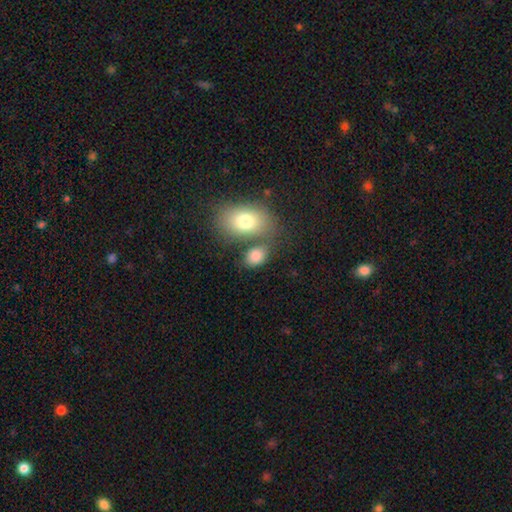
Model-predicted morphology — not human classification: The model was most divided on "merging": none: 55%, merger: 25%, minor disturbance: 14%, major disturbance: 6%. More confident: smooth or featured — smooth (81%); how rounded — in between (75%).